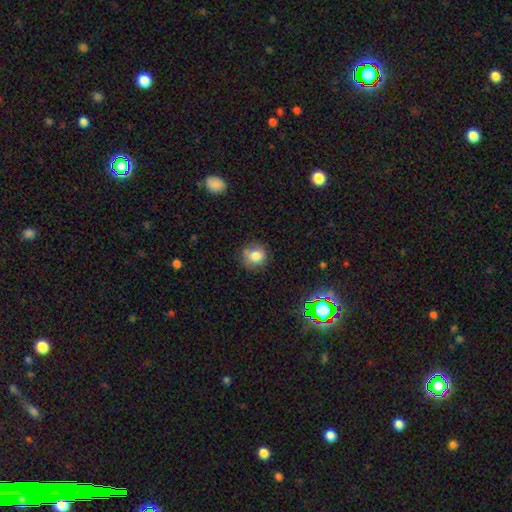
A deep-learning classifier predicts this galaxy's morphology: Smooth or featured? Predicted: smooth (p=0.78). How rounded? Predicted: round (p=0.88). Merging? Predicted: none (p=0.72).